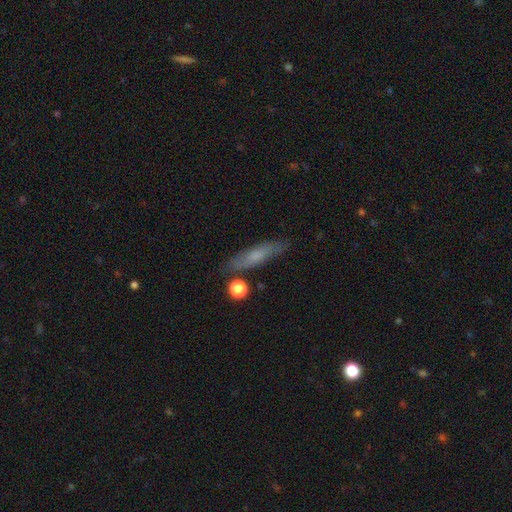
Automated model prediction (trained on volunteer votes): A smooth galaxy with no disk features (61%) that is cigar-shaped (77%). Merging: none (80%).